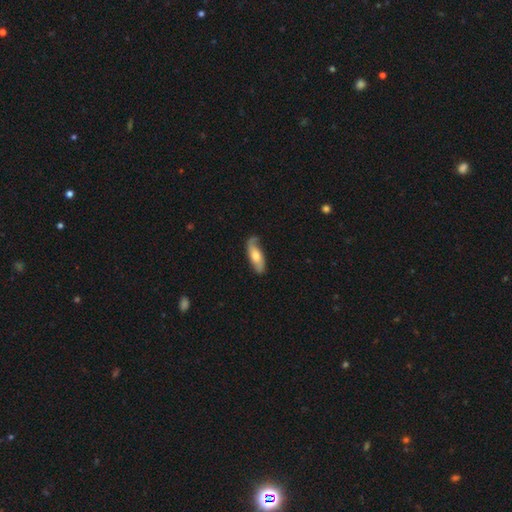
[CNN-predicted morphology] Q: Smooth or featured?
A: featured or disk (56%); runner-up: smooth (39%)
Q: Edge-on disk?
A: no (77%); runner-up: yes (23%)
Q: Merging?
A: none (70%); runner-up: minor disturbance (22%)